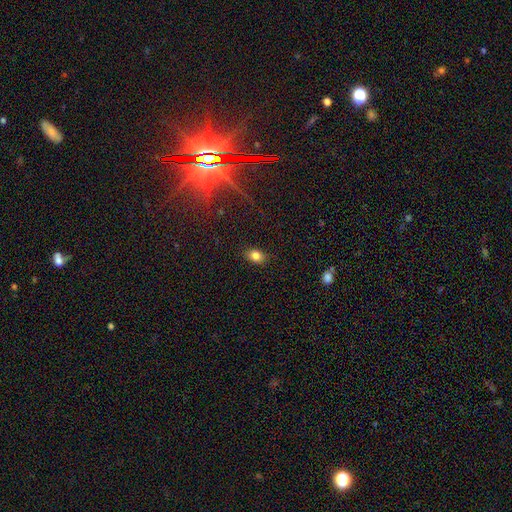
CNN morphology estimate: Smooth or featured: smooth — 82% (star or artifact — 11%)
How rounded: in between — 74% (round — 25%)
Merging: none — 86% (minor disturbance — 11%)